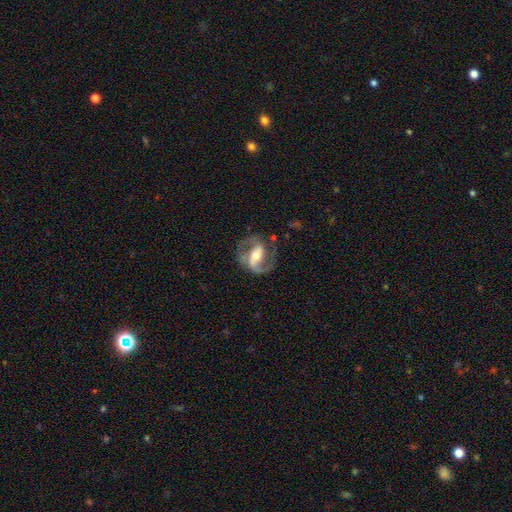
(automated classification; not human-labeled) This is clearly a featured or disk galaxy (87%). It is clearly not viewed edge-on (97%). Bar: possibly strong (49%). Spiral arm pattern: clearly yes (94%). Spiral arm count: clearly 2 (86%). Spiral winding: possibly medium (55%). Central bulge: likely moderate (62%). Merging: likely none (71%).